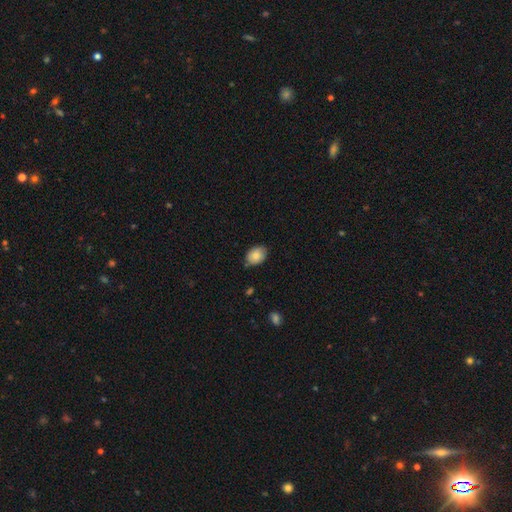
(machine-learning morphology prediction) Smooth or featured? smooth (82%)
How rounded? in between (71%)
Merging? none (78%)